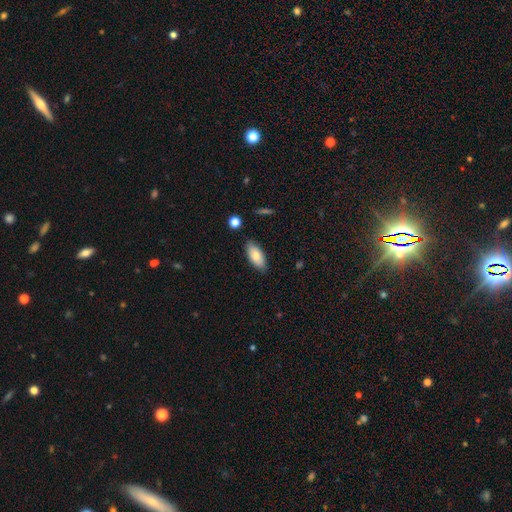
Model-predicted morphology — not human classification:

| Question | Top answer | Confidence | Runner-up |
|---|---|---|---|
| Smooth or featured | smooth | 75% | featured or disk (19%) |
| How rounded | in between | 88% | cigar-shaped (9%) |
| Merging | none | 84% | minor disturbance (12%) |